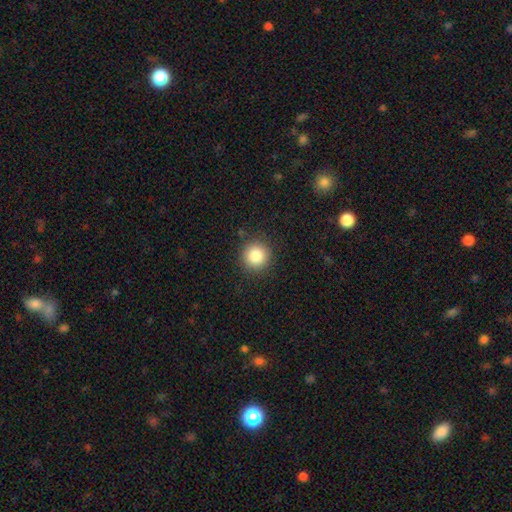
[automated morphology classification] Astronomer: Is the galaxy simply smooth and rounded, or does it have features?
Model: smooth — 84%.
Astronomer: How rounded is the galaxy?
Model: round — 94%.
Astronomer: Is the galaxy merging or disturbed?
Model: none — 90%.